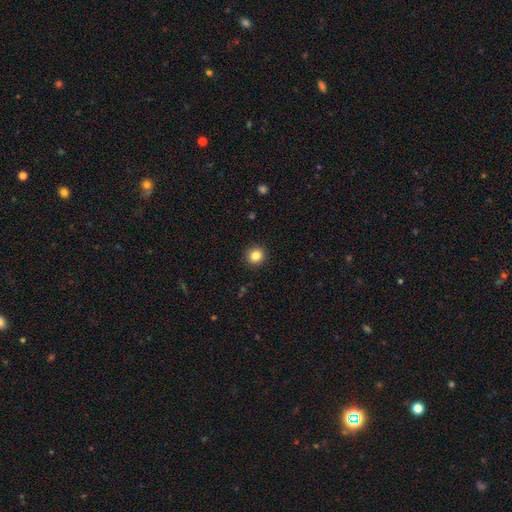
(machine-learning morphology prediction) smooth-or-featured: smooth: 84% | star or artifact: 11% | featured or disk: 5%
  how-rounded: round: 91% | in between: 8% | cigar-shaped: 1%
  merging: none: 92% | minor disturbance: 5% | major disturbance: 2% | merger: 1%